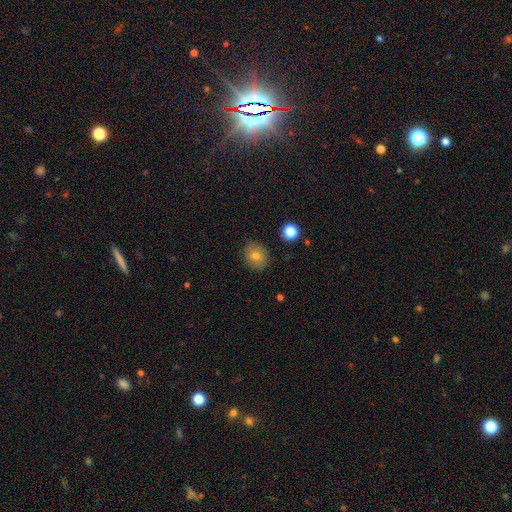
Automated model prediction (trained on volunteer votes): smooth-or-featured: smooth: 73% | featured or disk: 15% | star or artifact: 12%
  how-rounded: round: 66% | in between: 33% | cigar-shaped: 1%
  merging: none: 85% | minor disturbance: 11% | major disturbance: 3% | merger: 1%